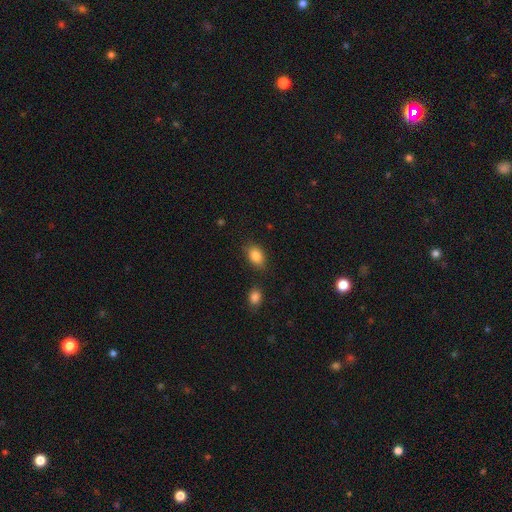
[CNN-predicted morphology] type=smooth (85%); roundness=in between (83%); merging=none (79%).